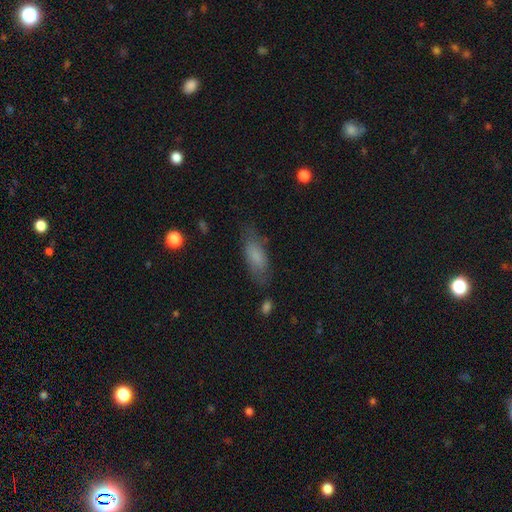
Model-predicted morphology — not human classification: This is likely a smooth galaxy (74%). How rounded: likely in between (69%). Merging: likely none (73%).